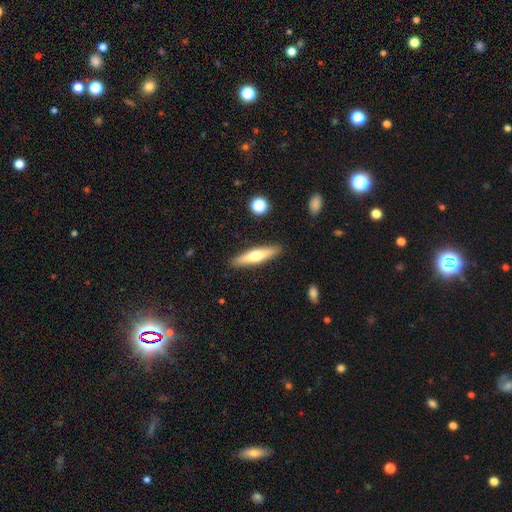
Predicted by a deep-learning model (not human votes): Smooth or featured: smooth — 52% (featured or disk — 42%)
How rounded: cigar-shaped — 81% (in between — 17%)
Merging: none — 90% (minor disturbance — 7%)